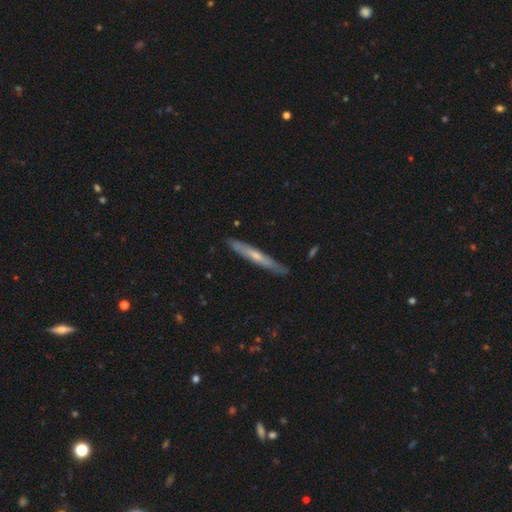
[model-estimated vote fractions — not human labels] This appears to be a featured or disk galaxy (52%) viewed edge-on (89%). Merging: none (84%).